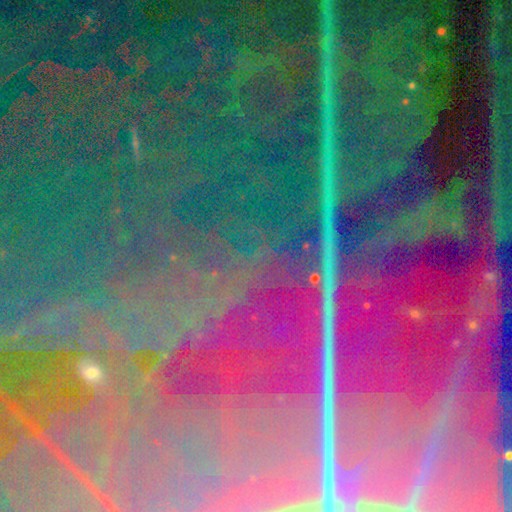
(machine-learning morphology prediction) star or artifact 87%, featured or disk 7%, smooth 5%.